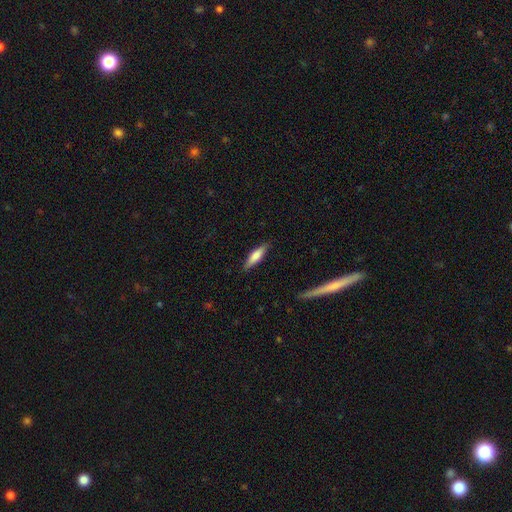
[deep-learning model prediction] smooth-or-featured: smooth: 68% | featured or disk: 26% | star or artifact: 6%
  how-rounded: cigar-shaped: 66% | in between: 33% | round: 2%
  merging: none: 85% | minor disturbance: 11% | major disturbance: 2% | merger: 1%